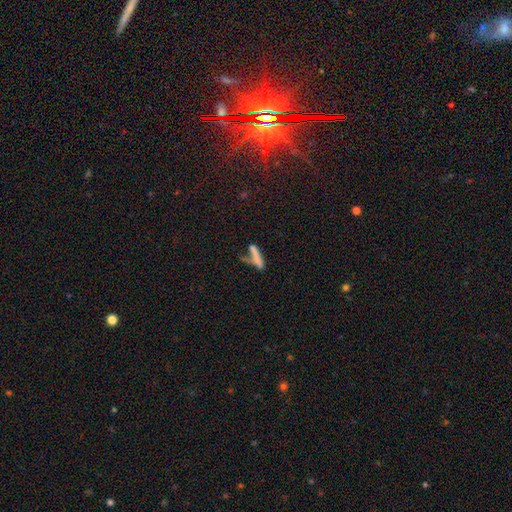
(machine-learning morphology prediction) Smooth or featured? smooth (64%)
How rounded? cigar-shaped (81%)
Merging? none (40%)